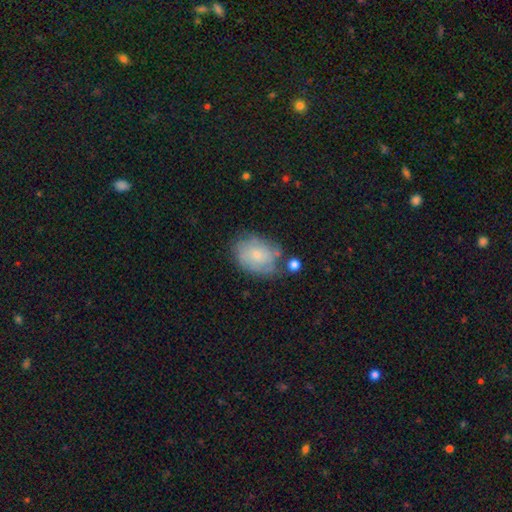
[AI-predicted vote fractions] The model was most divided on "smooth or featured": smooth: 50%, featured or disk: 42%, star or artifact: 8%. More confident: merging — none (57%).